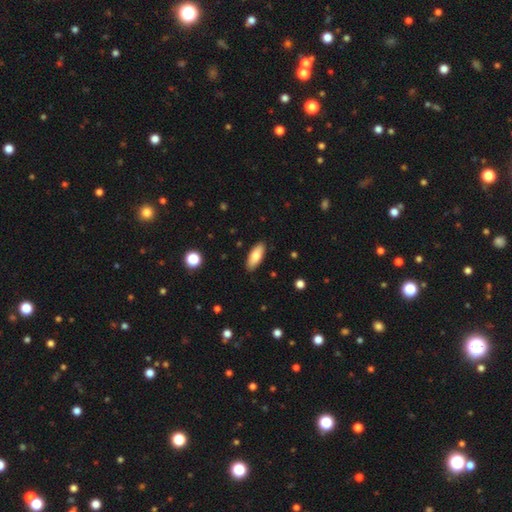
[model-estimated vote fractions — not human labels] smooth_or_featured: smooth (p=0.76) [alt: featured or disk p=0.18]
how_rounded: in between (p=0.78) [alt: cigar-shaped p=0.20]
merging: none (p=0.89) [alt: minor disturbance p=0.09]